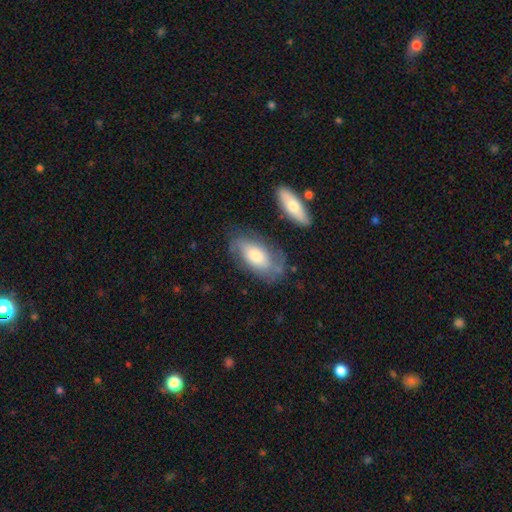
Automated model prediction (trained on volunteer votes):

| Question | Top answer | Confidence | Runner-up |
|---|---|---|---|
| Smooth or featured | featured or disk | 47% | tied: smooth (47%) |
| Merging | none | 62% | minor disturbance (23%) |